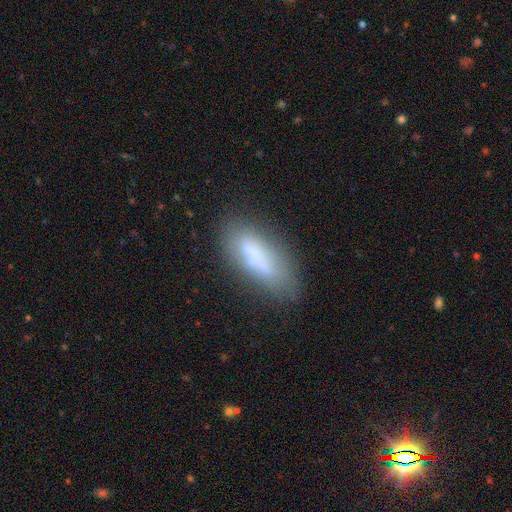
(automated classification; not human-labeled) smooth_or_featured: smooth (p=0.64) [alt: featured or disk p=0.26]
how_rounded: in between (p=0.61) [alt: cigar-shaped p=0.37]
merging: none (p=0.61) [alt: minor disturbance p=0.24]